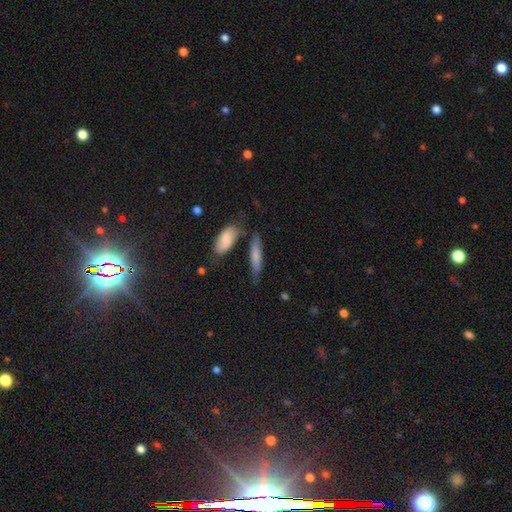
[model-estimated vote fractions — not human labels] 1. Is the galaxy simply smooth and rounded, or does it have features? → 67% smooth, 27% featured or disk, 7% star or artifact.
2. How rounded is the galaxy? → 75% cigar-shaped, 22% in between, 3% round.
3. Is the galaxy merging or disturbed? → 66% none, 19% minor disturbance, 10% merger, 5% major disturbance.